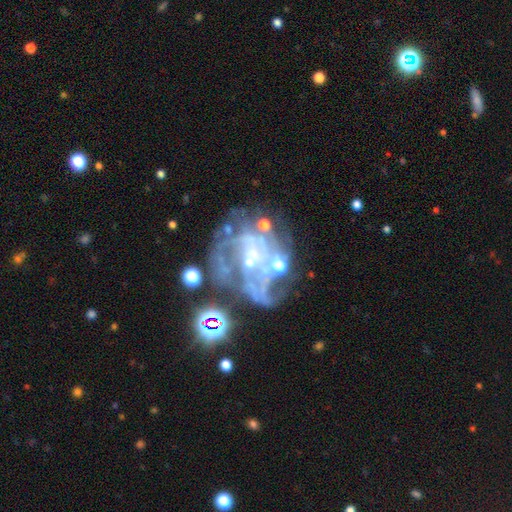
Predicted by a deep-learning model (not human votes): Q: Smooth or featured?
A: featured or disk (77%); runner-up: star or artifact (15%)
Q: Edge-on disk?
A: no (98%); runner-up: yes (2%)
Q: Bar?
A: no (56%); runner-up: weak (32%)
Q: Spiral arms?
A: yes (79%); runner-up: no (21%)
Q: Spiral winding?
A: tight (43%); runner-up: medium (39%)
Q: Spiral arm count?
A: can't tell (39%); runner-up: 2 (19%)
Q: Bulge size?
A: small (70%); runner-up: none (16%)
Q: Merging?
A: none (45%); runner-up: major disturbance (27%)